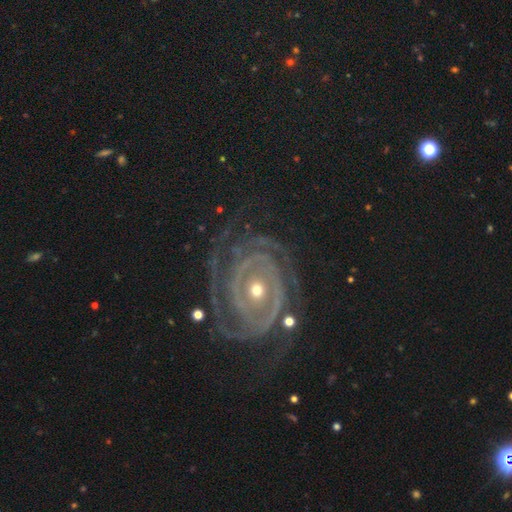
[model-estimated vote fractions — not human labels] Morphology: type=featured or disk (90%); edge-on=no (97%); bar=no (69%); spiral arms=yes (97%); winding=tight (79%); arm count=2 (28%); bulge=small (50%); merging=none (67%).